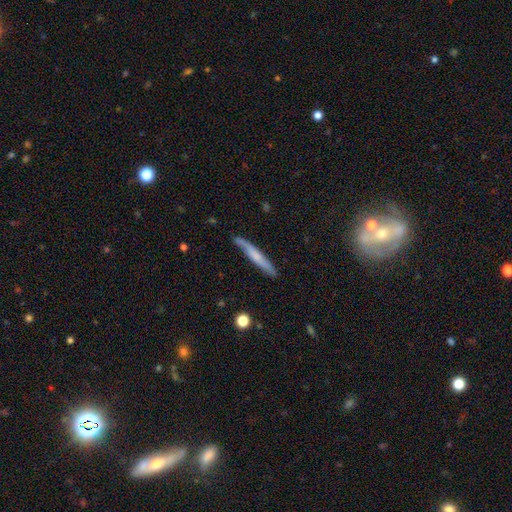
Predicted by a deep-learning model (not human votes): smooth-or-featured: smooth: 53% | featured or disk: 41% | star or artifact: 6%
  how-rounded: cigar-shaped: 95% | in between: 4% | round: 1%
  merging: none: 81% | minor disturbance: 15% | major disturbance: 2% | merger: 2%